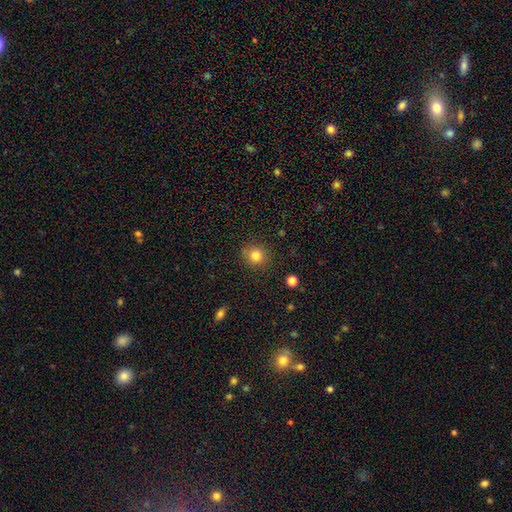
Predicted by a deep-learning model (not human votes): Overall: smooth (82%). How rounded: round (88%). Merging: none (88%).